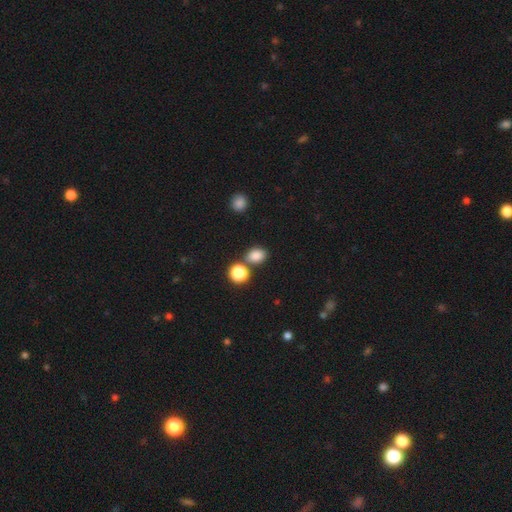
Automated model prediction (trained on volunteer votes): Smooth or featured: smooth — 83% (star or artifact — 12%)
How rounded: in between — 57% (round — 42%)
Merging: none — 69% (merger — 17%)